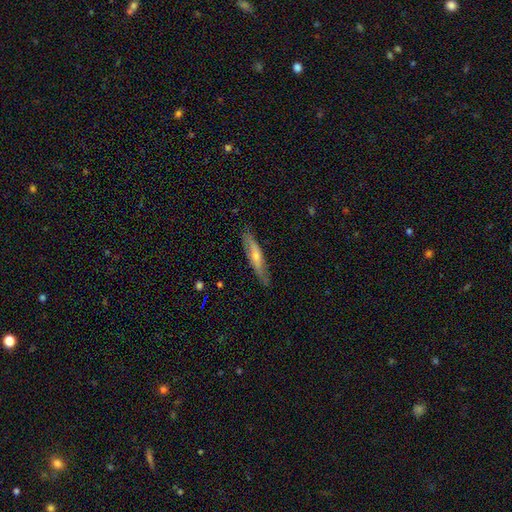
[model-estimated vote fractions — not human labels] Overall: featured or disk (56%; smooth 38%). Edge-on disk: yes (71%). Merging: none (82%).